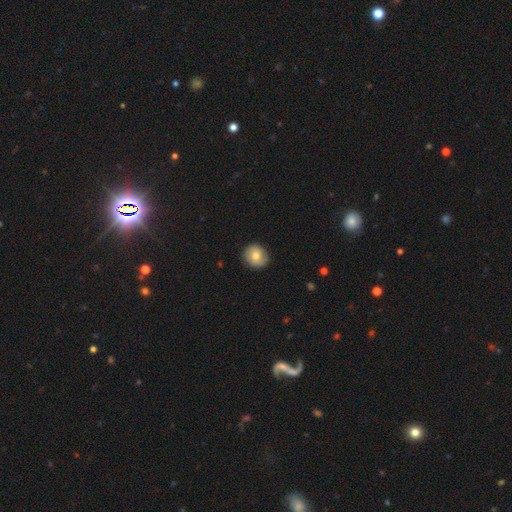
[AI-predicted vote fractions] A smooth galaxy with no disk features (67%) that is round (81%).

Vote fractions:
- Smooth or featured? smooth: 67% / featured or disk: 25% / star or artifact: 8%
- How rounded? round: 81% / in between: 18% / cigar-shaped: 1%
- Merging? none: 82% / minor disturbance: 14% / major disturbance: 3% / merger: 1%